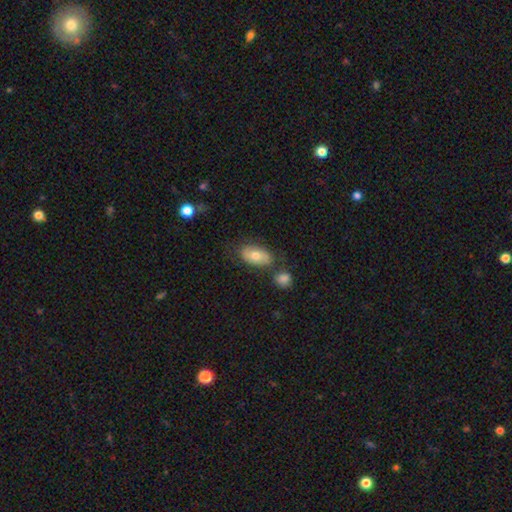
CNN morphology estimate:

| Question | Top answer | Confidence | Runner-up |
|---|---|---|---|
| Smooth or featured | smooth | 69% | featured or disk (24%) |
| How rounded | in between | 91% | round (6%) |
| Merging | none | 65% | minor disturbance (17%) |